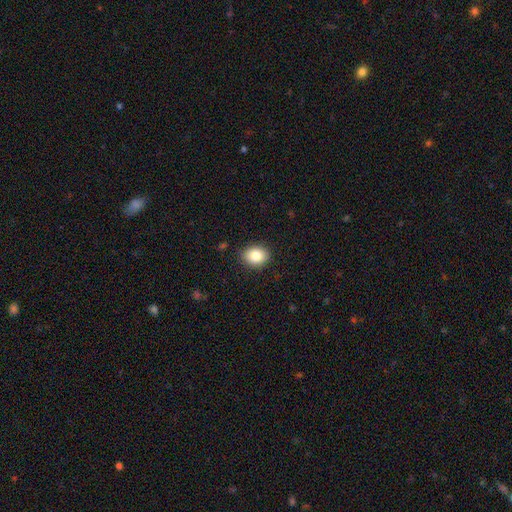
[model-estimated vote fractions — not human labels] smooth 84%, star or artifact 9%, featured or disk 7%. Down the decision tree: how rounded — in between (51%); merging — none (87%).